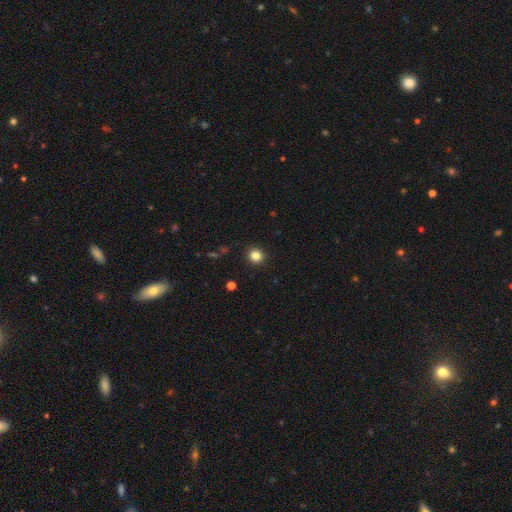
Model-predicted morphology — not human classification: Smooth or featured?
  - smooth: 83% *
  - star or artifact: 12%
  - featured or disk: 5%
How rounded?
  - round: 91% *
  - in between: 8%
  - cigar-shaped: 1%
Merging?
  - none: 92% *
  - minor disturbance: 5%
  - major disturbance: 2%
  - merger: 1%